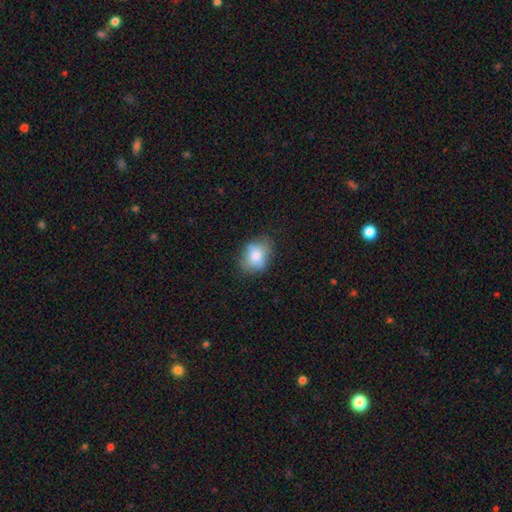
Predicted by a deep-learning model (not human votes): Morphology: type=smooth (78%); roundness=in between (60%); merging=none (68%).